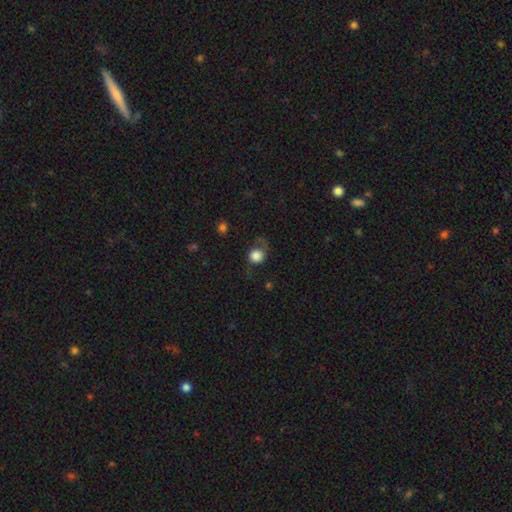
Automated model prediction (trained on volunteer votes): This is likely a smooth galaxy (74%). How rounded: clearly round (84%). Merging: possibly none (49%).